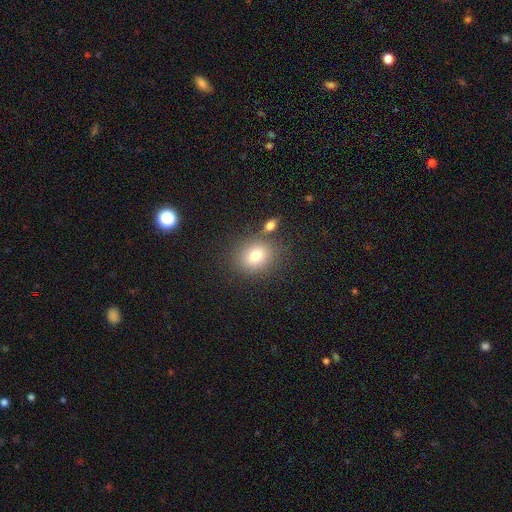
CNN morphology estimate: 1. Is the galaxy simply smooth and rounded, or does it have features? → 78% smooth, 12% star or artifact, 11% featured or disk.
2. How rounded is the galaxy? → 67% round, 32% in between, 1% cigar-shaped.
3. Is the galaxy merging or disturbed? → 74% none, 11% merger, 11% minor disturbance, 4% major disturbance.